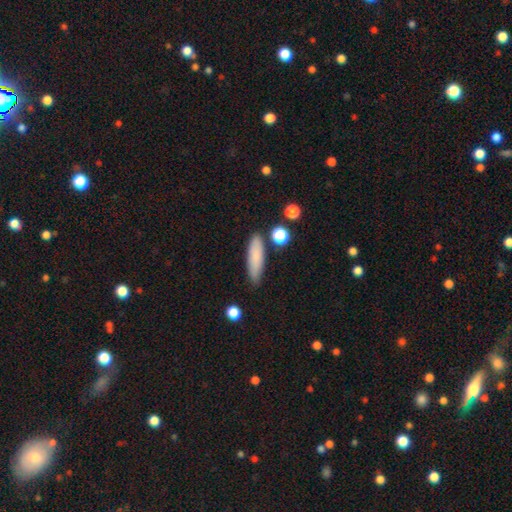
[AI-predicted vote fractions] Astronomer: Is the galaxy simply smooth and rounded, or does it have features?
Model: smooth — 80%.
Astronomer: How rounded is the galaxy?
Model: cigar-shaped — 57% (runner-up: in between, 41%).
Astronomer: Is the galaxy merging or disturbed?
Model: none — 79%.